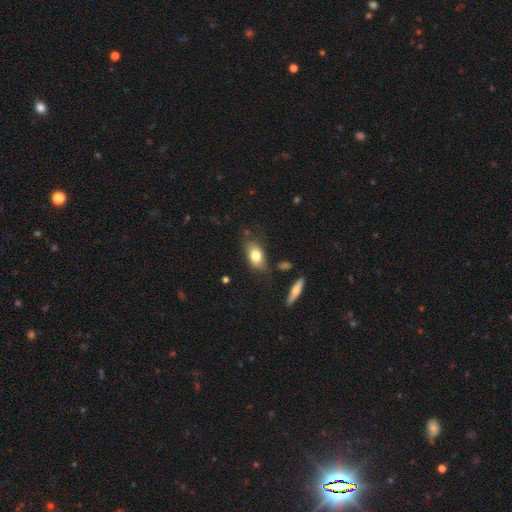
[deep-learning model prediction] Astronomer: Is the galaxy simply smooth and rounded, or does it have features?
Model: smooth — 75%.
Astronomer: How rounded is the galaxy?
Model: in between — 86%.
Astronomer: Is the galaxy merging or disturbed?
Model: none — 70%.